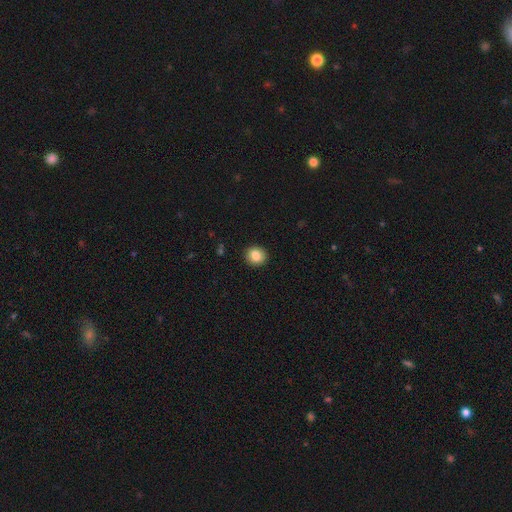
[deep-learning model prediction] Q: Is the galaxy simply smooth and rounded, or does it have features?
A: smooth — 85%.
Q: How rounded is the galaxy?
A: round — 82%.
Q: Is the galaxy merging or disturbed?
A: none — 92%.